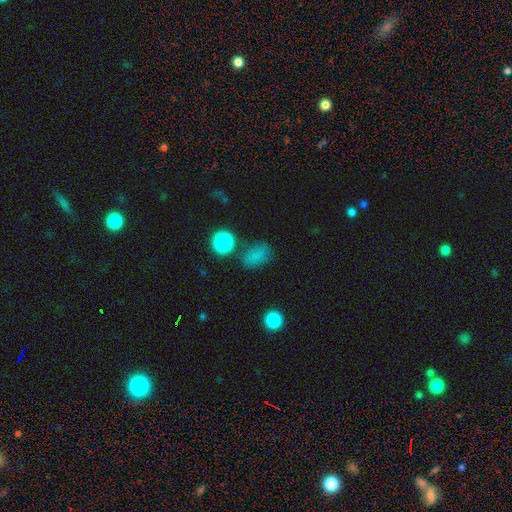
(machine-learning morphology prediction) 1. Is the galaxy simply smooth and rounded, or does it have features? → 75% smooth, 19% star or artifact, 6% featured or disk.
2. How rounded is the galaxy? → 76% in between, 21% round, 2% cigar-shaped.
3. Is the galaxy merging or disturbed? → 71% none, 17% minor disturbance, 7% major disturbance, 5% merger.